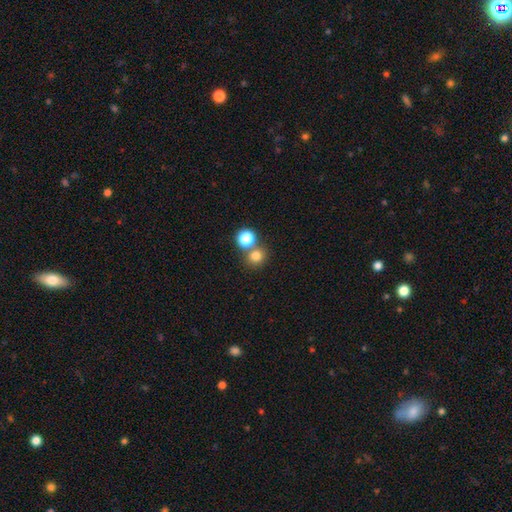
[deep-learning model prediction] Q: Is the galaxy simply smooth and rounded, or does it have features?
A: smooth — 77%.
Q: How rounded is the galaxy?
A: round — 87%.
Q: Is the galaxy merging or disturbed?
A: none — 62%.